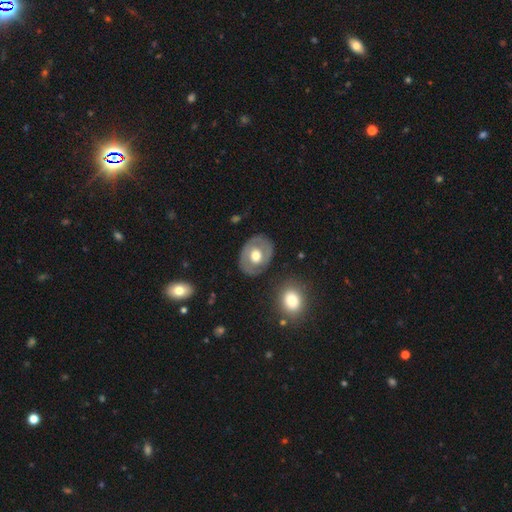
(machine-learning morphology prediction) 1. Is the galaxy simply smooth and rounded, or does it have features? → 57% featured or disk, 37% smooth, 6% star or artifact.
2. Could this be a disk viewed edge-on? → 95% no, 5% yes.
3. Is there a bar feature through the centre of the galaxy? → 75% no, 19% weak, 6% strong.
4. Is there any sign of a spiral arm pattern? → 65% no, 35% yes.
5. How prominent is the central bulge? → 64% moderate, 28% large, 5% small, 2% dominant, 1% none.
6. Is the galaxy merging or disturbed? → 79% none, 13% minor disturbance, 5% major disturbance, 3% merger.